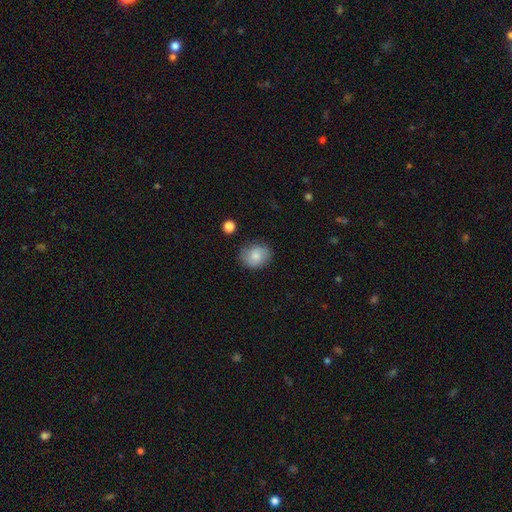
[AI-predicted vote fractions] Smooth or featured: smooth — 75% (featured or disk — 17%)
How rounded: round — 61% (in between — 38%)
Merging: none — 78% (minor disturbance — 16%)